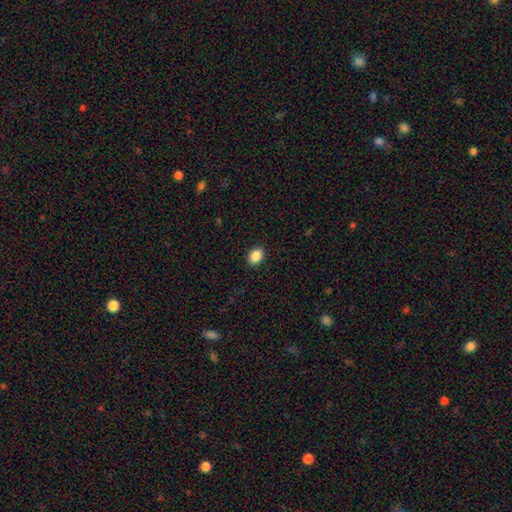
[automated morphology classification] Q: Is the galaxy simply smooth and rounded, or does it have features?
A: smooth — 87%.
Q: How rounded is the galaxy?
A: in between — 64%.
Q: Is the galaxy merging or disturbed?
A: none — 90%.